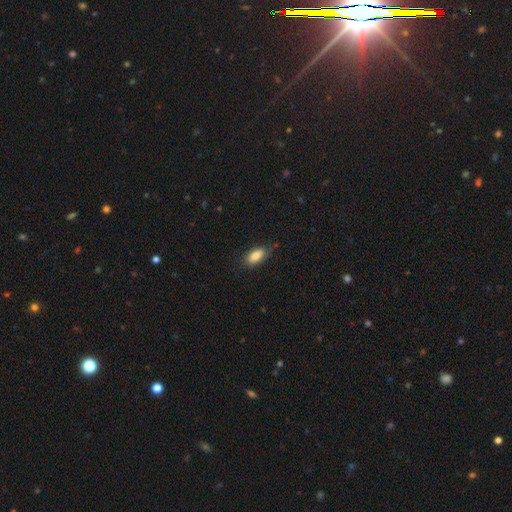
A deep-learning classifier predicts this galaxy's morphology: A smooth galaxy with no disk features (83%) that is in between round and cigar-shaped (88%). Merging: none (70%).